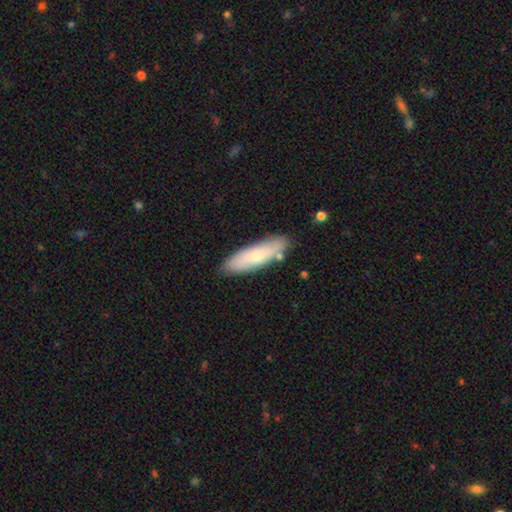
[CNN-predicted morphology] A smooth galaxy with no disk features (67%) that is cigar-shaped (59%). Merging: none (81%).